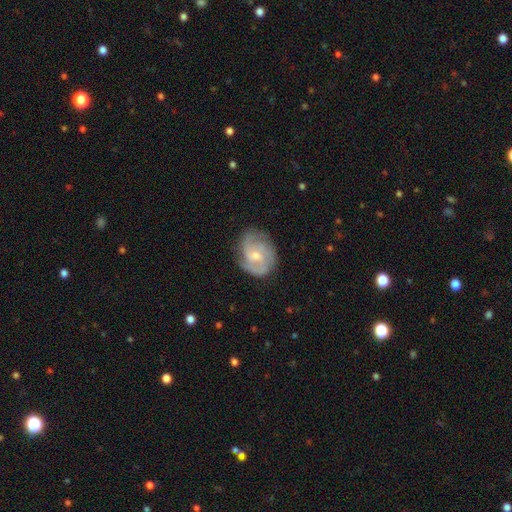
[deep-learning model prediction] smooth_or_featured: featured or disk (p=0.77) [alt: smooth p=0.18]
disk_edge_on: no (p=0.98) [alt: yes p=0.02]
bar: no (p=0.56) [alt: weak p=0.38]
has_spiral_arms: yes (p=0.93) [alt: no p=0.07]
spiral_winding: medium (p=0.46) [alt: tight p=0.39]
spiral_arm_count: 2 (p=0.33) [alt: 3 p=0.31]
bulge_size: small (p=0.53) [alt: moderate p=0.42]
merging: none (p=0.70) [alt: minor disturbance p=0.21]